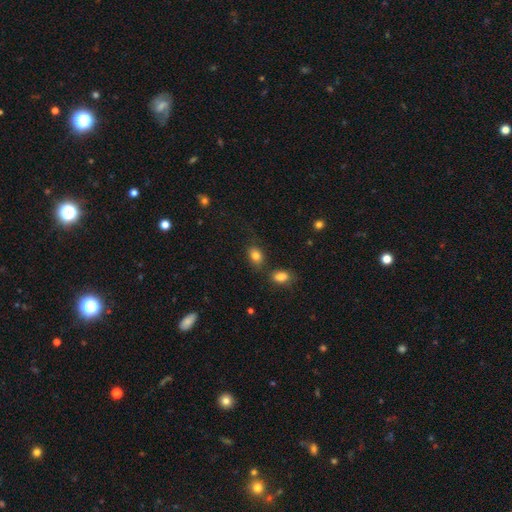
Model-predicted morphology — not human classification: This is clearly a smooth galaxy (83%). How rounded: likely in between (74%). Merging: likely none (67%).